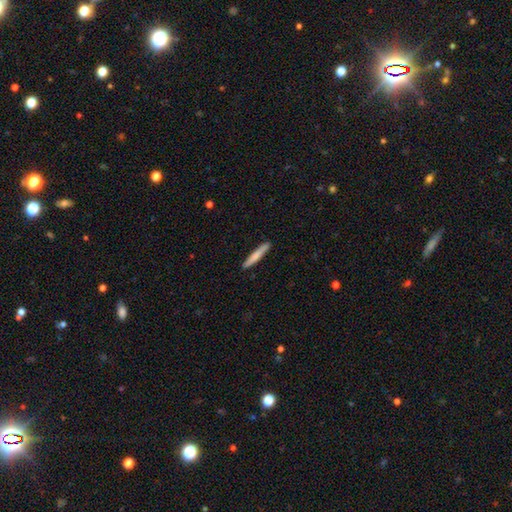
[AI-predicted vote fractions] This is likely a smooth galaxy (75%). How rounded: clearly cigar-shaped (95%). Merging: clearly none (90%).